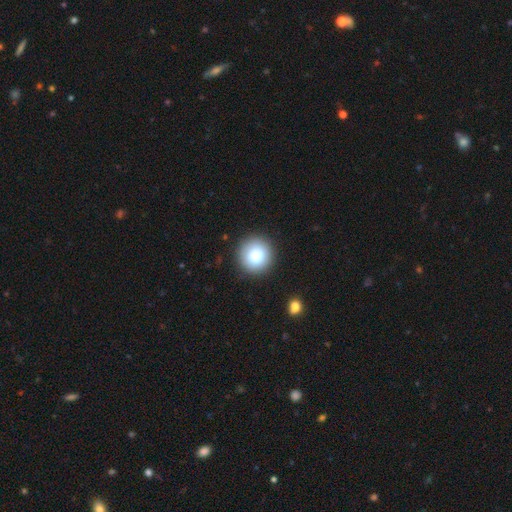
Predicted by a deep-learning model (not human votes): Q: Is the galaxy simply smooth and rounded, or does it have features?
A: smooth — 83%.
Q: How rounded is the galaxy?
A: round — 95%.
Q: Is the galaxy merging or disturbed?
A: none — 91%.